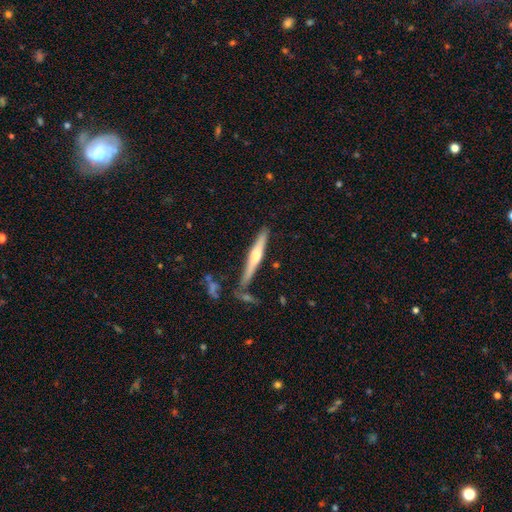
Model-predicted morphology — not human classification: A featured or disk galaxy (65%) viewed edge-on (97%) with a rounded central bulge (84%).

Vote fractions:
- Smooth or featured? featured or disk: 65% / smooth: 29% / star or artifact: 6%
- Edge-on disk? yes: 97% / no: 3%
- Edge-on bulge? rounded: 84% / none: 10% / boxy: 6%
- Merging? none: 78% / minor disturbance: 12% / merger: 7% / major disturbance: 3%